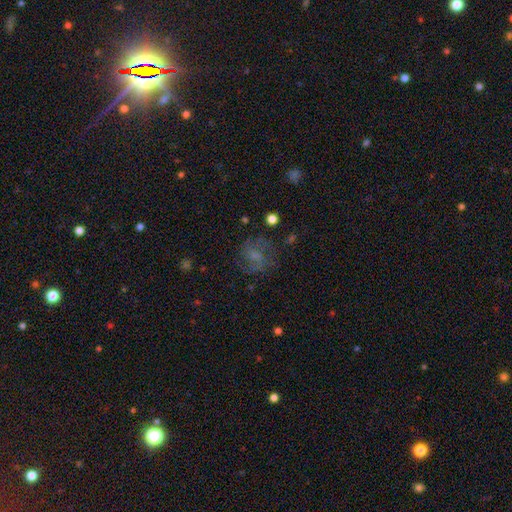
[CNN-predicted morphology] Smooth or featured: featured or disk — 47% (smooth — 38%)
Merging: none — 61% (minor disturbance — 19%)